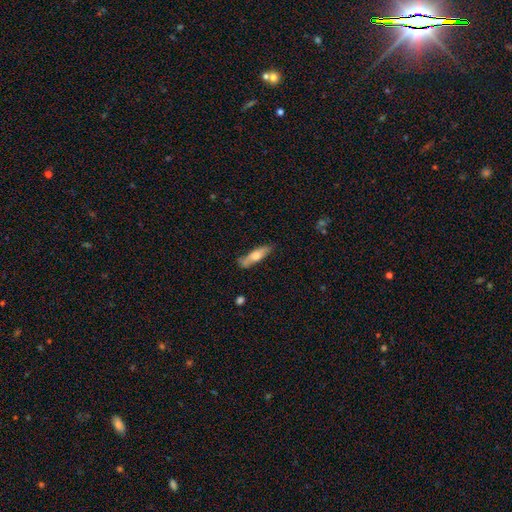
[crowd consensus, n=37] This is likely a smooth galaxy (68%). How rounded: possibly in between (52%). Merging: likely none (65%).